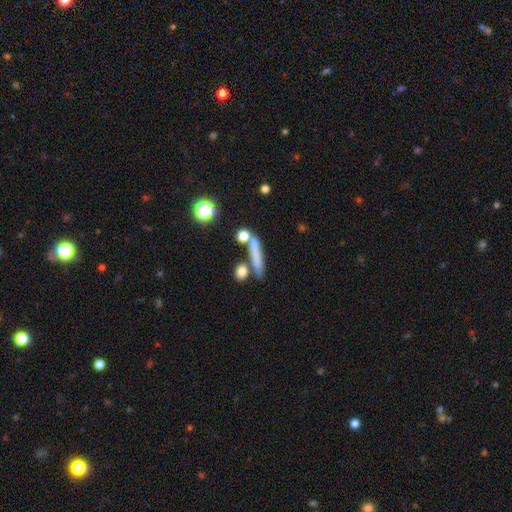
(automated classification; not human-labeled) smooth_or_featured: smooth (p=0.67) [alt: featured or disk p=0.21]
how_rounded: cigar-shaped (p=0.80) [alt: in between p=0.12]
merging: none (p=0.64) [alt: merger p=0.16]